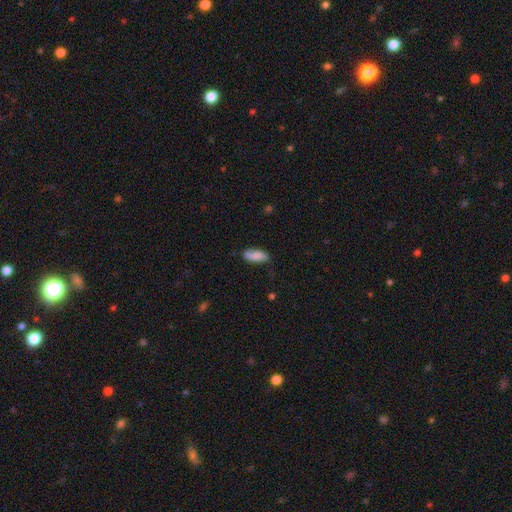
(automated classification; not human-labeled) Smooth or featured?
  - smooth: 84% *
  - featured or disk: 9%
  - star or artifact: 7%
How rounded?
  - in between: 82% *
  - cigar-shaped: 16%
  - round: 2%
Merging?
  - none: 71% *
  - minor disturbance: 23%
  - major disturbance: 4%
  - merger: 2%